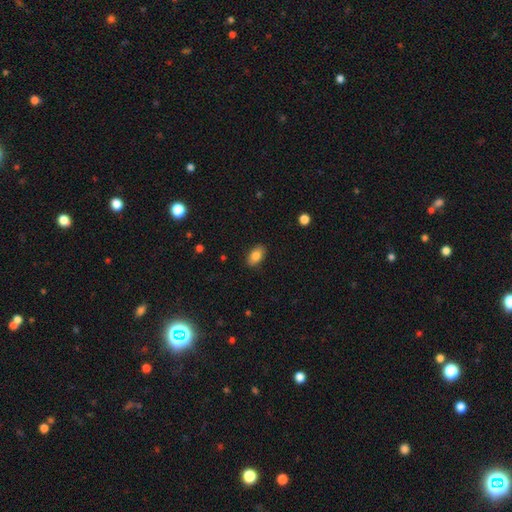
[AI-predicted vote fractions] Overall: smooth (83%). How rounded: in between (91%). Merging: none (88%).